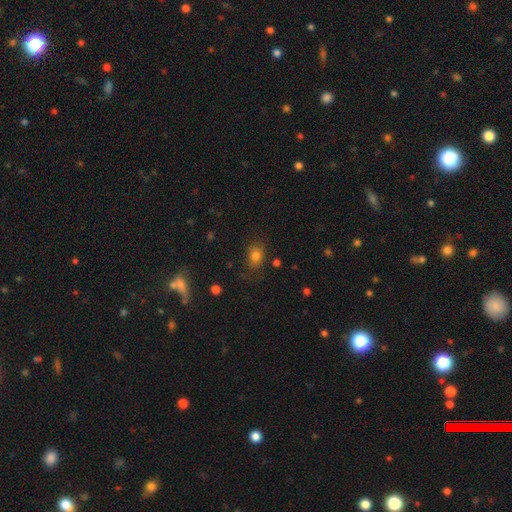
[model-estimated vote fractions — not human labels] Morphology: type=smooth (79%); roundness=in between (69%); merging=none (75%).